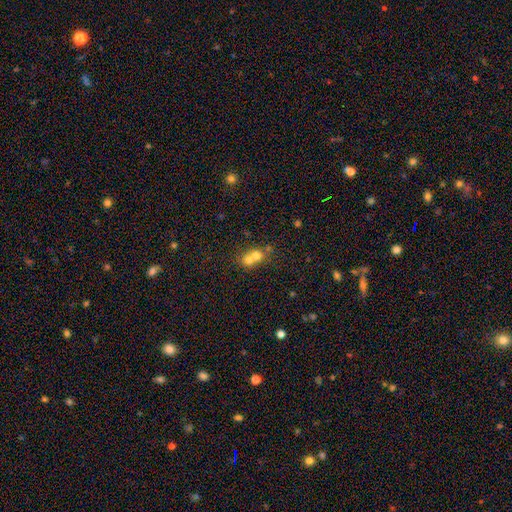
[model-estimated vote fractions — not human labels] This is likely a smooth galaxy (68%). How rounded: likely round (76%). Merging: likely merger (69%).